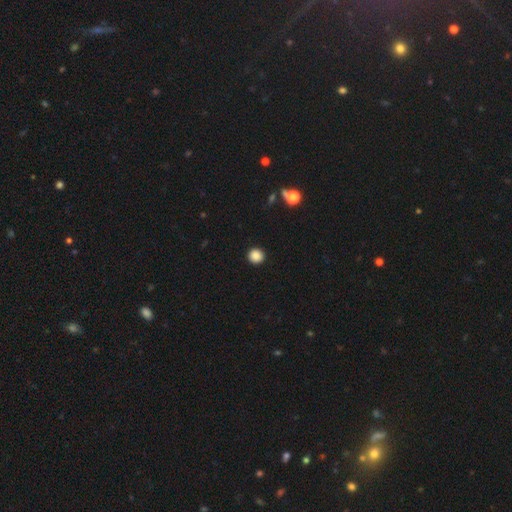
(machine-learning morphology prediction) Smooth or featured: smooth — 87% (star or artifact — 10%)
How rounded: round — 92% (in between — 7%)
Merging: none — 93% (minor disturbance — 4%)